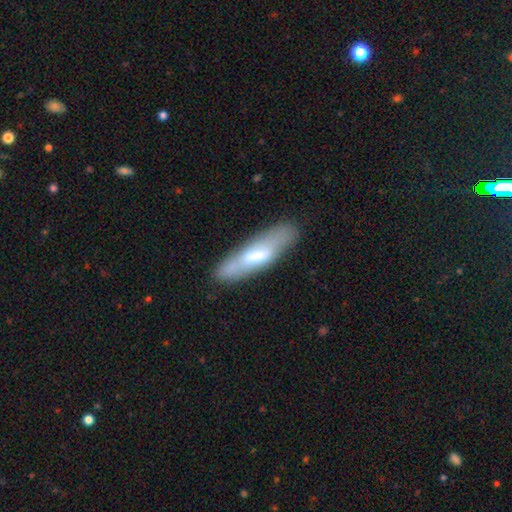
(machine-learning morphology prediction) Smooth or featured?
  - smooth: 55% *
  - featured or disk: 39%
  - star or artifact: 7%
How rounded?
  - cigar-shaped: 64% *
  - in between: 34%
  - round: 2%
Merging?
  - none: 75% *
  - minor disturbance: 17%
  - major disturbance: 5%
  - merger: 3%